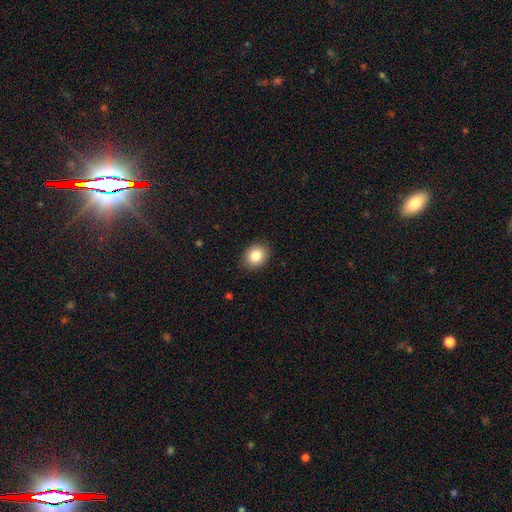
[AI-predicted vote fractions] smooth 84%, star or artifact 9%, featured or disk 7%. Down the decision tree: how rounded — round (57%); merging — none (88%).